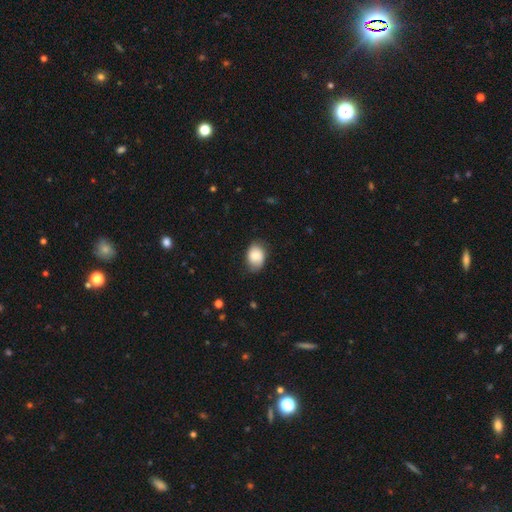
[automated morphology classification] type=smooth (78%); roundness=in between (77%); merging=none (73%).